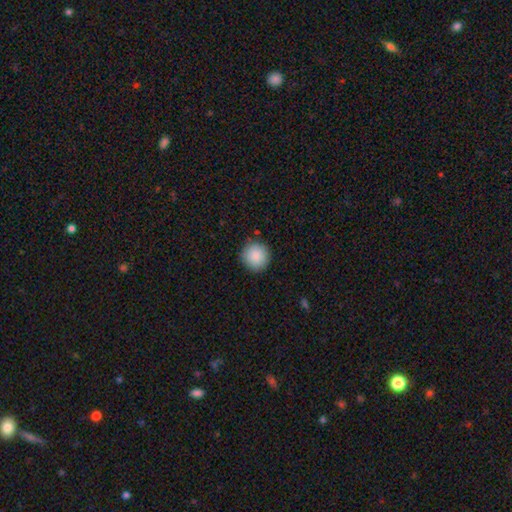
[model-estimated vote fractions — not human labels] Smooth or featured?
  - smooth: 89% *
  - star or artifact: 8%
  - featured or disk: 4%
How rounded?
  - round: 95% *
  - in between: 4%
  - cigar-shaped: 1%
Merging?
  - none: 89% *
  - minor disturbance: 8%
  - major disturbance: 2%
  - merger: 1%